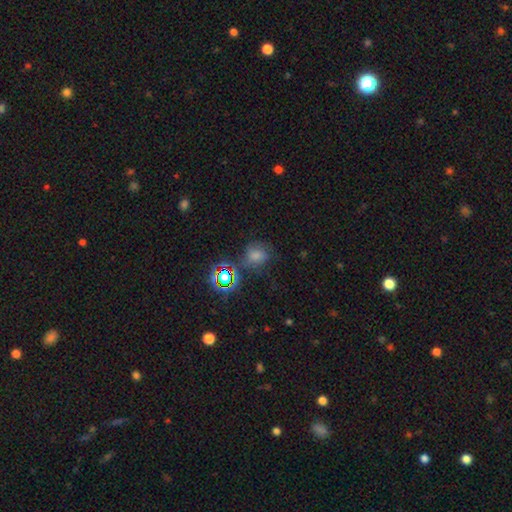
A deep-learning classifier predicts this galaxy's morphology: Overall: smooth (56%; star or artifact 30%). How rounded: round (59%; in between 40%). Merging: none (58%; minor disturbance 22%).